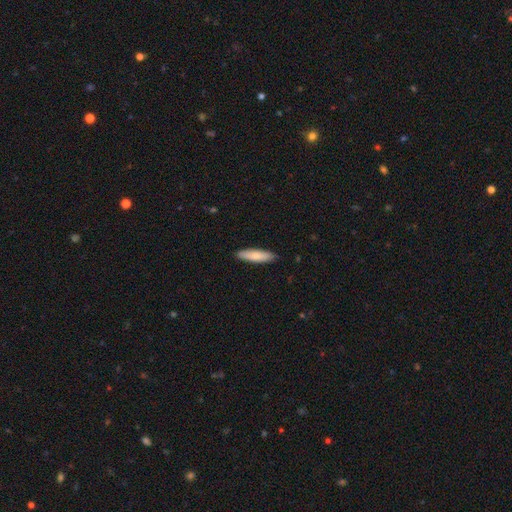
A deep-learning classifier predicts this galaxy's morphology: Overall: smooth (78%). How rounded: cigar-shaped (72%). Merging: none (89%).